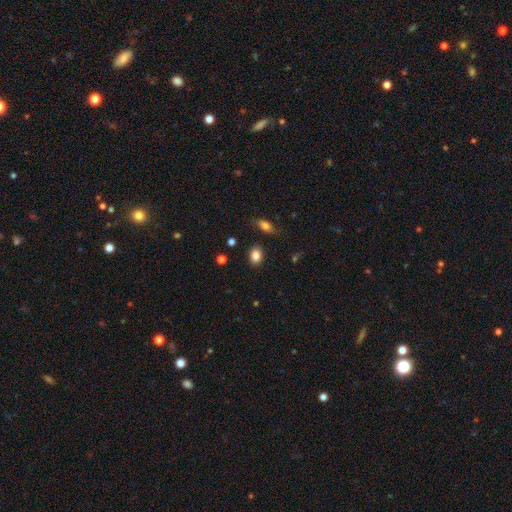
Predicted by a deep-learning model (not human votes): smooth 85%, star or artifact 9%, featured or disk 5%. Down the decision tree: how rounded — in between (70%); merging — none (85%).